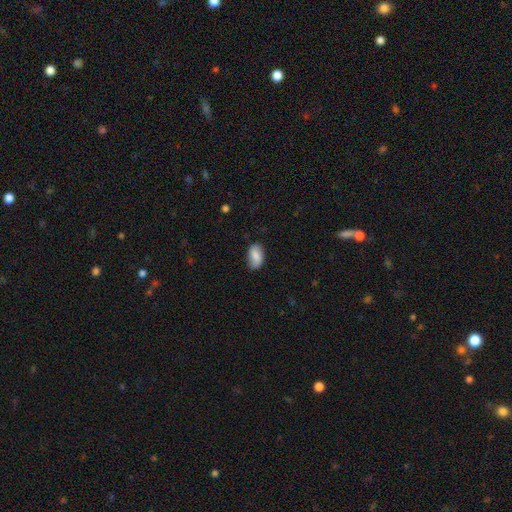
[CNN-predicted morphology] Smooth or featured? Predicted: smooth (p=0.80). How rounded? Predicted: in between (p=0.92). Merging? Predicted: none (p=0.74).